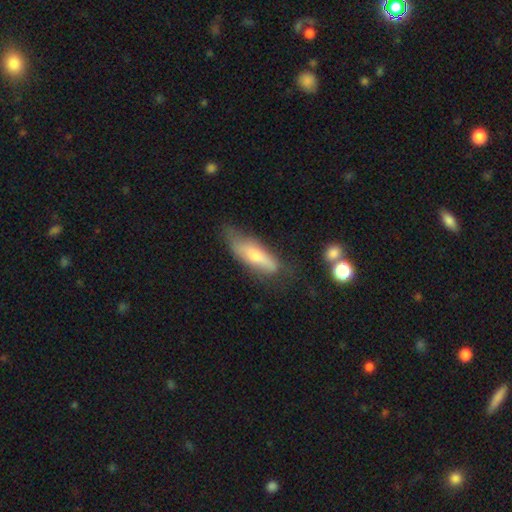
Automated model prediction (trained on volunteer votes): Smooth or featured? smooth (61%)
How rounded? cigar-shaped (51%)
Merging? none (49%)